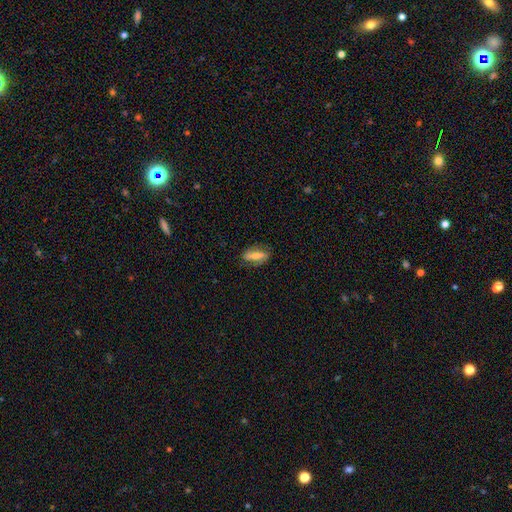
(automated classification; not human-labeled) Q: Smooth or featured?
A: featured or disk (47%); runner-up: smooth (46%)
Q: Merging?
A: none (77%); runner-up: minor disturbance (16%)